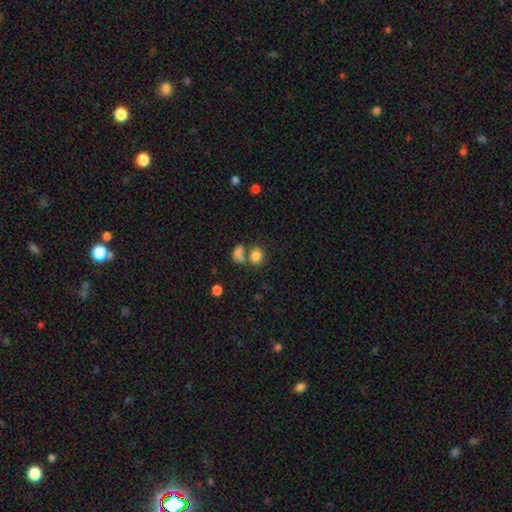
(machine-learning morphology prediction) smooth 81%, star or artifact 11%, featured or disk 8%. Down the decision tree: how rounded — round (61%); merging — none (46%).